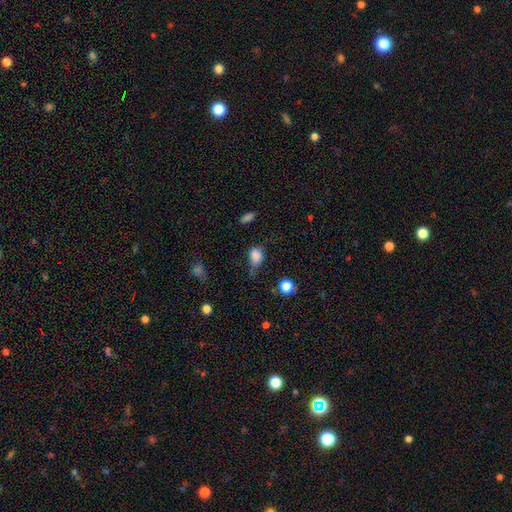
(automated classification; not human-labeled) Morphology: type=smooth (82%); roundness=in between (66%); merging=none (43%).